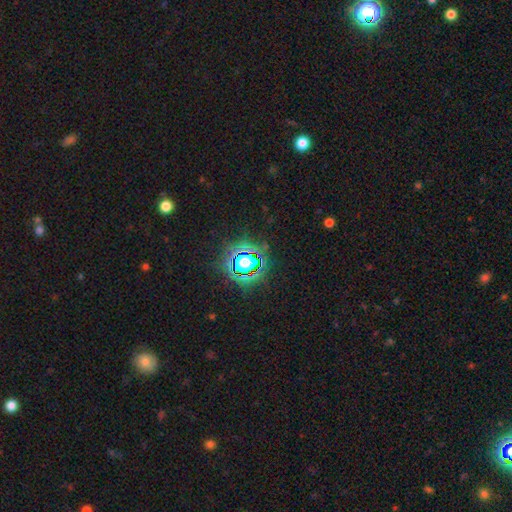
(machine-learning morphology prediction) Smooth or featured? star or artifact (81%)